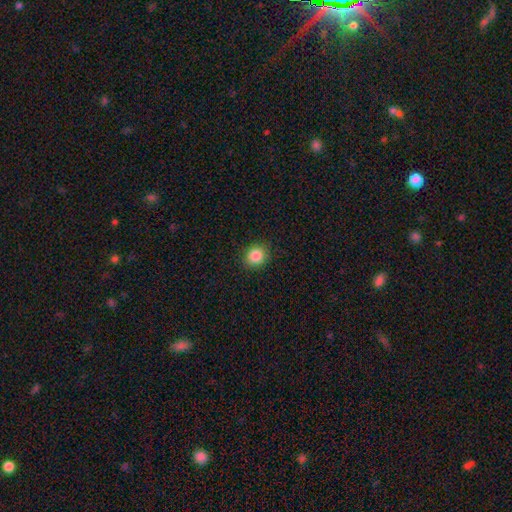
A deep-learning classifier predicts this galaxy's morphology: smooth-or-featured: smooth: 86% | star or artifact: 10% | featured or disk: 4%
  how-rounded: round: 79% | in between: 20% | cigar-shaped: 1%
  merging: none: 89% | minor disturbance: 8% | major disturbance: 2% | merger: 1%